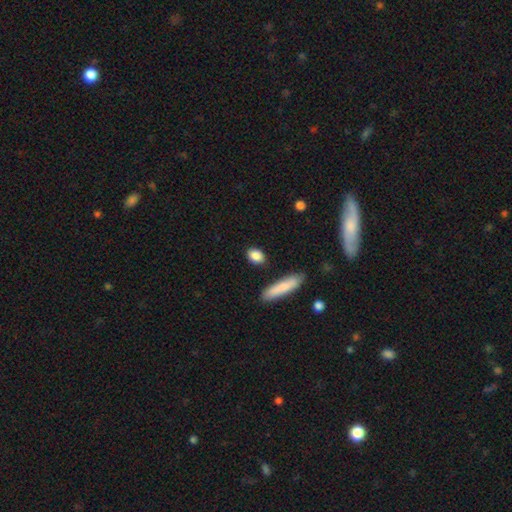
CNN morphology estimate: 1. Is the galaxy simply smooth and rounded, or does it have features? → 87% smooth, 7% star or artifact, 6% featured or disk.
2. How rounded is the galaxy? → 67% in between, 24% round, 8% cigar-shaped.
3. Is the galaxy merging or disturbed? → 85% none, 9% minor disturbance, 3% merger, 2% major disturbance.